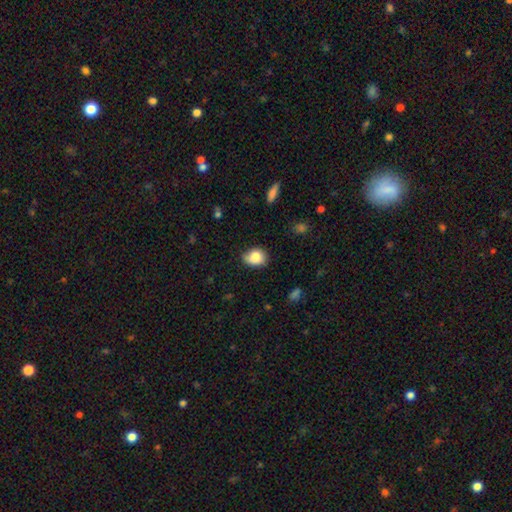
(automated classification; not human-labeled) Morphology: type=smooth (84%); roundness=in between (60%); merging=none (66%).